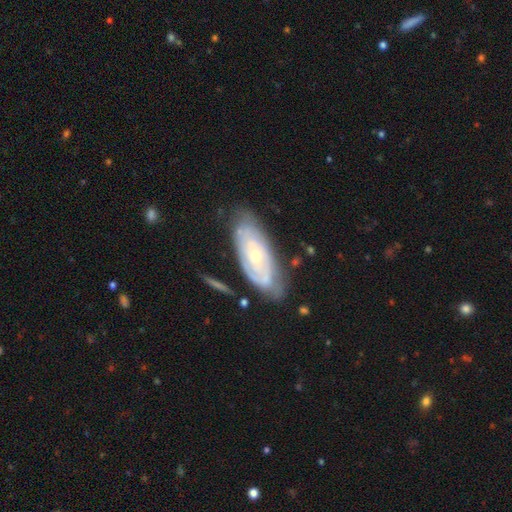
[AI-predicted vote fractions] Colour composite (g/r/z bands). It shows a featured or disk galaxy (75%) with no bar (79%), spiral arms (74%) and a moderate central bulge (49%). Merging: none (68%).